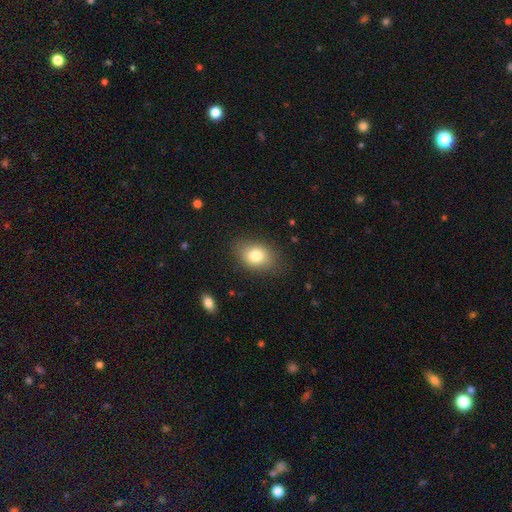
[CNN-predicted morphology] This appears to be a smooth galaxy with no disk features (80%) that is in between round and cigar-shaped (77%). Merging: none (81%).